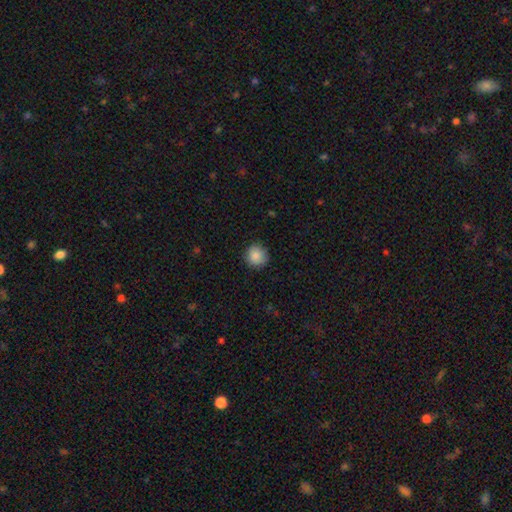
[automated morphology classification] smooth_or_featured: smooth (p=0.87) [alt: star or artifact p=0.09]
how_rounded: round (p=0.94) [alt: in between p=0.06]
merging: none (p=0.89) [alt: minor disturbance p=0.08]